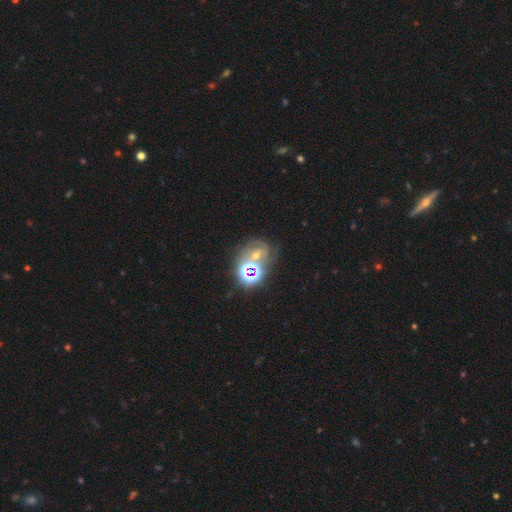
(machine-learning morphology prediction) Q: Smooth or featured?
A: star or artifact (41%); runner-up: featured or disk (39%)